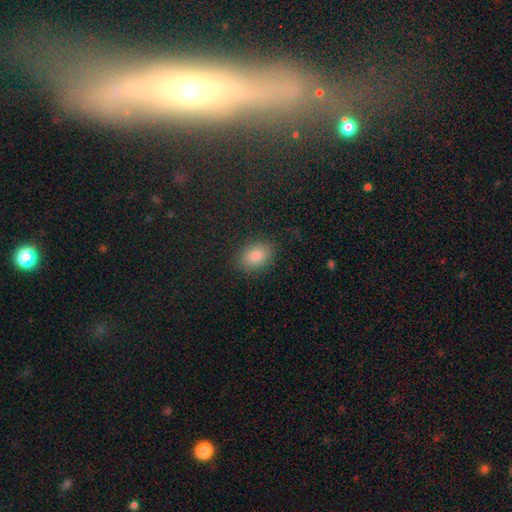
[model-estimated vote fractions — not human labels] This is clearly a smooth galaxy (83%). How rounded: likely in between (80%). Merging: clearly none (87%).